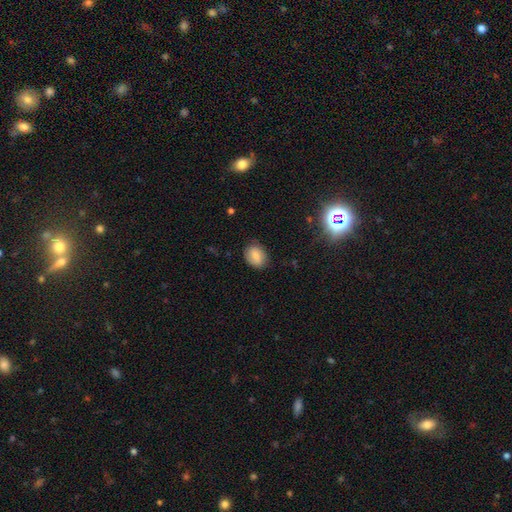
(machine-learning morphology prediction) type=smooth (78%); roundness=in between (67%); merging=none (80%).